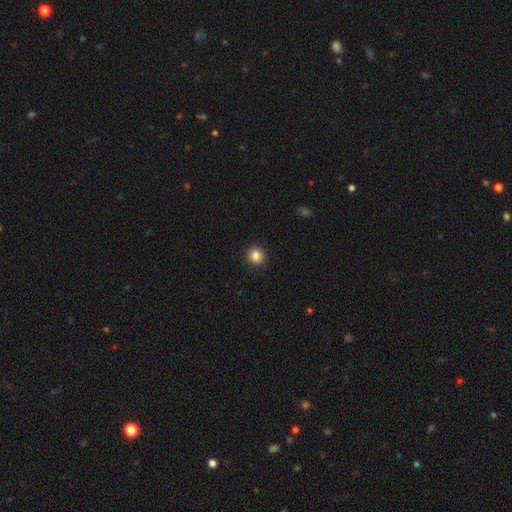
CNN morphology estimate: Smooth or featured? Predicted: smooth (p=0.86). How rounded? Predicted: round (p=0.91). Merging? Predicted: none (p=0.91).